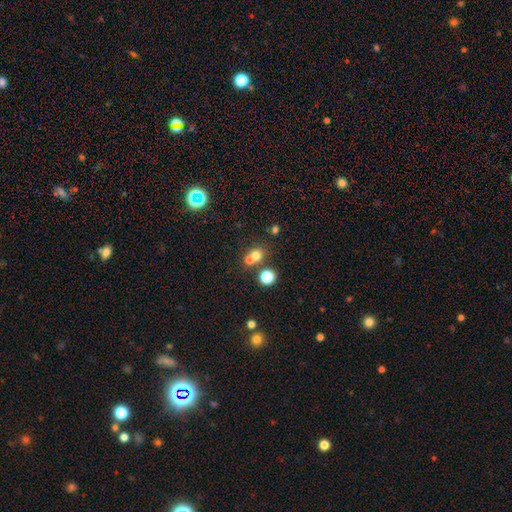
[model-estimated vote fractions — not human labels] smooth-or-featured: smooth: 69% | star or artifact: 19% | featured or disk: 12%
  how-rounded: round: 82% | in between: 17% | cigar-shaped: 1%
  merging: none: 47% | merger: 43% | minor disturbance: 6% | major disturbance: 3%